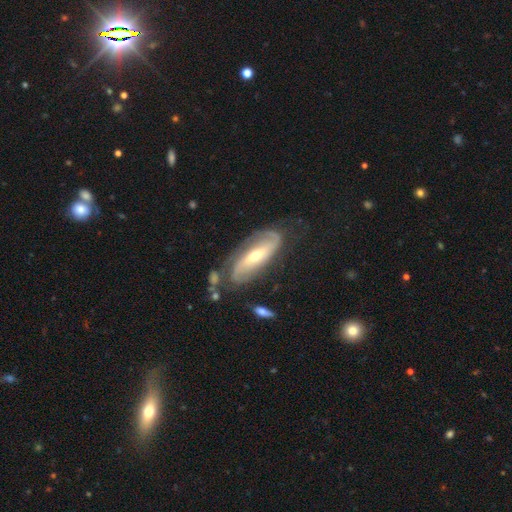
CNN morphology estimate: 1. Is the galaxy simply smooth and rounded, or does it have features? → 82% featured or disk, 13% smooth, 6% star or artifact.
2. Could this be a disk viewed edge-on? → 89% no, 11% yes.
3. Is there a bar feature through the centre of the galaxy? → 35% no, 34% strong, 30% weak.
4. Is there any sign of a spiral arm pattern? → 92% yes, 8% no.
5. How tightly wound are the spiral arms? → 37% medium (tied), 37% tight (tied), 26% loose.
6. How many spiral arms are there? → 77% 2, 13% can't tell, 4% 1, 3% 3, 1% 4, 1% more than 4.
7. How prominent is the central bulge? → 49% small, 47% moderate, 2% large, 1% none, 1% dominant.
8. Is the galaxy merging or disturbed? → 63% none, 20% minor disturbance, 12% major disturbance, 5% merger.